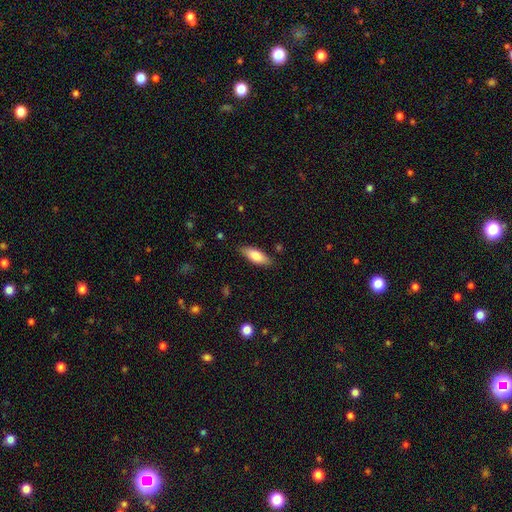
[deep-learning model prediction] A smooth galaxy with no disk features (78%) that is in between round and cigar-shaped (69%). Merging: none (85%).